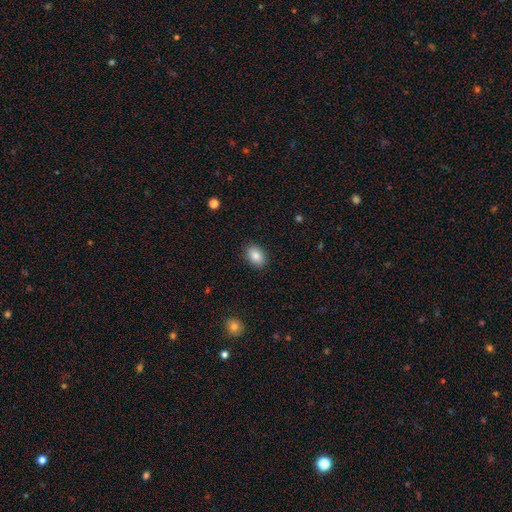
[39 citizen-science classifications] smooth-or-featured: smooth: 92% | featured or disk: 5% | star or artifact: 3%
  how-rounded: in between: 83% | round: 17% | cigar-shaped: 0%
  merging: none: 74% | minor disturbance: 18% | major disturbance: 5% | merger: 3%